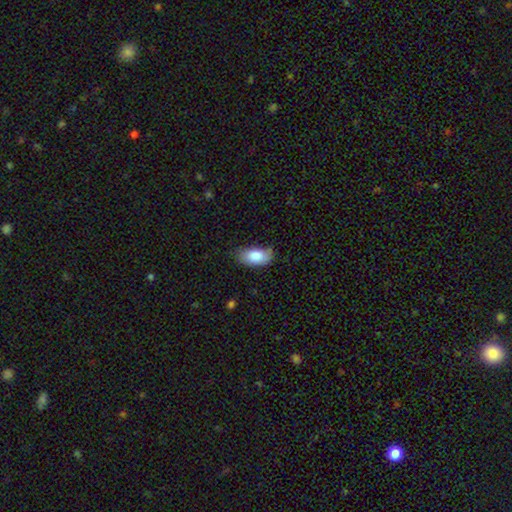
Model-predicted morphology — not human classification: This appears to be a smooth galaxy with no disk features (85%) that is in between round and cigar-shaped (94%). Merging: none (64%).